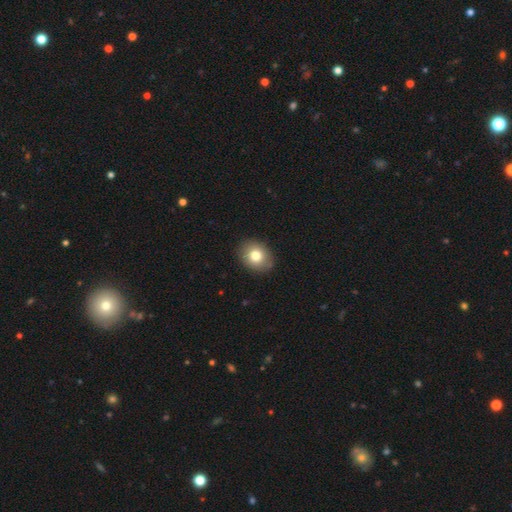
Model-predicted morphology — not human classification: smooth-or-featured: smooth: 79% | featured or disk: 12% | star or artifact: 9%
  how-rounded: in between: 53% | round: 46% | cigar-shaped: 1%
  merging: none: 87% | minor disturbance: 9% | major disturbance: 2% | merger: 1%